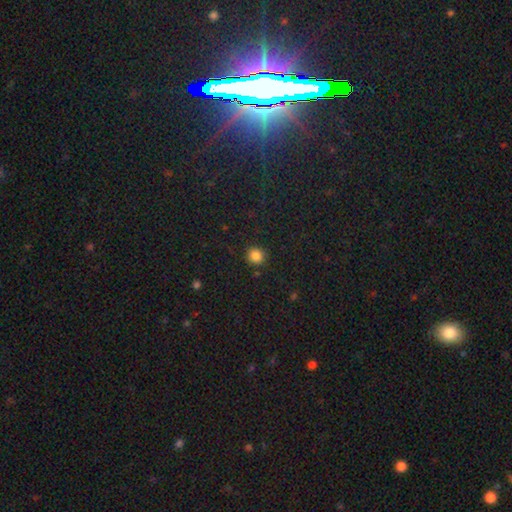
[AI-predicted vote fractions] Q: Smooth or featured?
A: smooth (85%); runner-up: star or artifact (12%)
Q: How rounded?
A: round (90%); runner-up: in between (9%)
Q: Merging?
A: none (88%); runner-up: minor disturbance (8%)